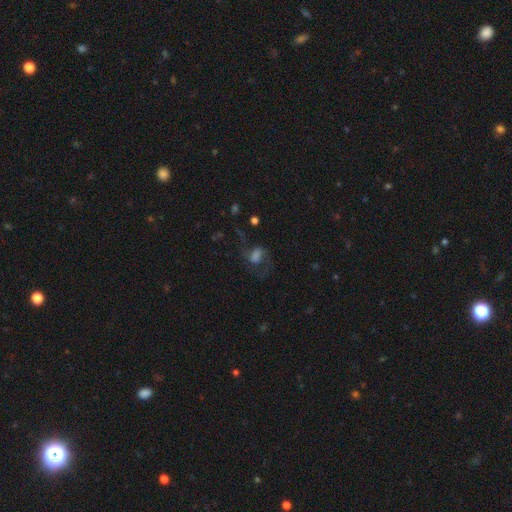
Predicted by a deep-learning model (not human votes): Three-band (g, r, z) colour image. It shows a featured or disk galaxy (48%). Merging: none (45%).